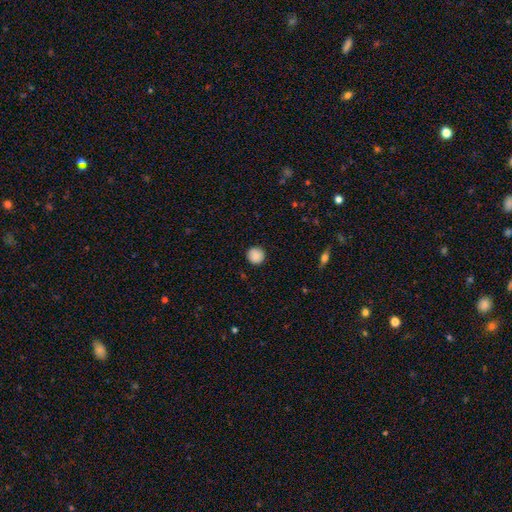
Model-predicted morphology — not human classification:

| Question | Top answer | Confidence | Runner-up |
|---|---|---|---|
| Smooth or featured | smooth | 88% | star or artifact (8%) |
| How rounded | round | 95% | in between (4%) |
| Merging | none | 91% | minor disturbance (6%) |